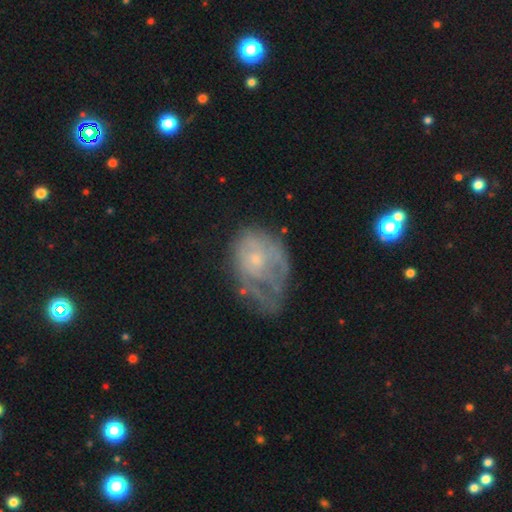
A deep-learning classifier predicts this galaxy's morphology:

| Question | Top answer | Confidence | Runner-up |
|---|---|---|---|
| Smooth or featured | featured or disk | 61% | smooth (30%) |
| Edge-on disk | no | 97% | yes (3%) |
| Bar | no | 81% | weak (17%) |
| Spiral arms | yes | 50% | tied: no (50%) |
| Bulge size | small | 59% | moderate (28%) |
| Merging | major disturbance | 35% | none (32%) |